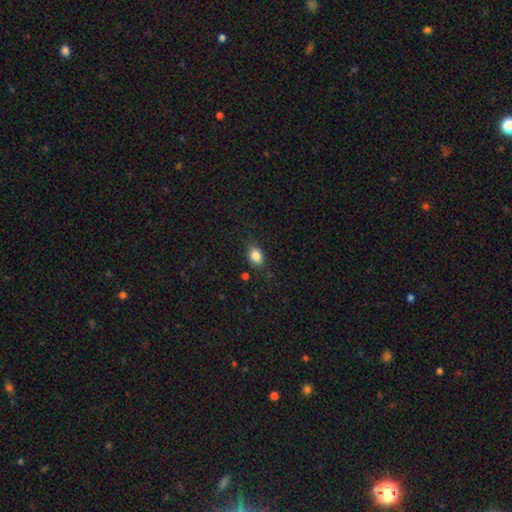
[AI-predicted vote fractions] smooth-or-featured: smooth: 85% | star or artifact: 10% | featured or disk: 5%
  how-rounded: in between: 64% | round: 35% | cigar-shaped: 1%
  merging: none: 81% | minor disturbance: 14% | major disturbance: 4% | merger: 2%